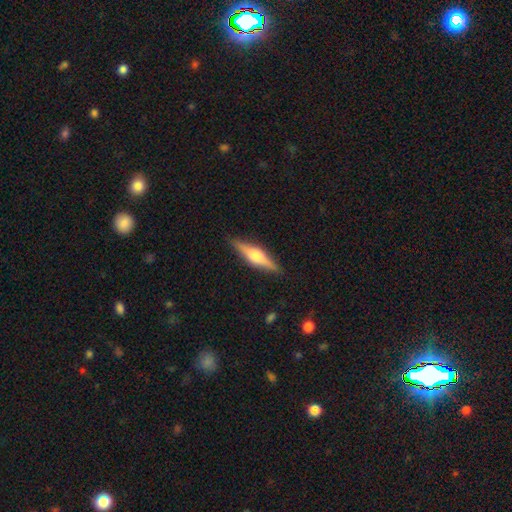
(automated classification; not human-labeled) Overall: featured or disk (67%). Edge-on disk: yes (97%). Edge-on bulge: rounded (85%). Merging: none (89%).